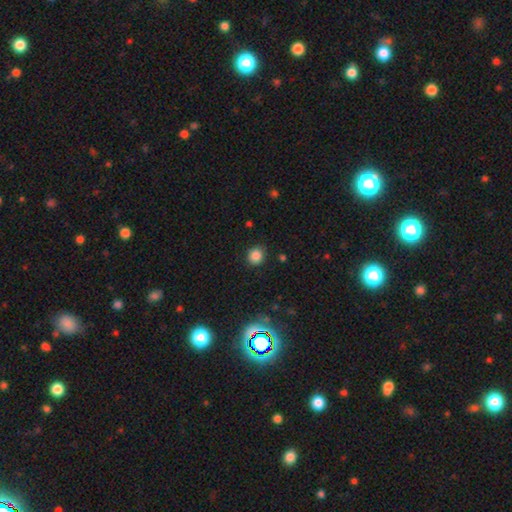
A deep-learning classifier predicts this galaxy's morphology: This is clearly a smooth galaxy (84%). How rounded: clearly round (84%). Merging: clearly none (88%).